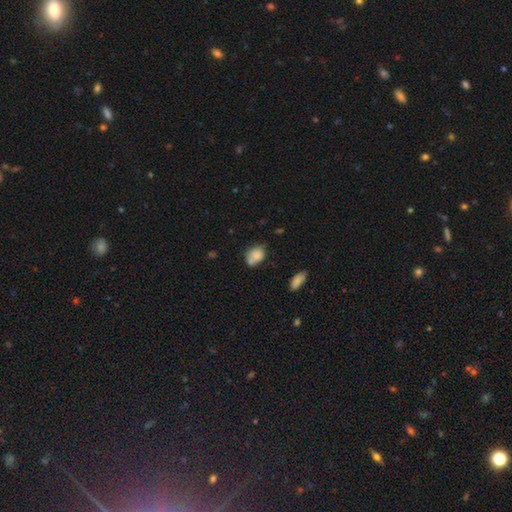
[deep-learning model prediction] A smooth galaxy with no disk features (78%) that is in between round and cigar-shaped (69%). Merging: none (49%).